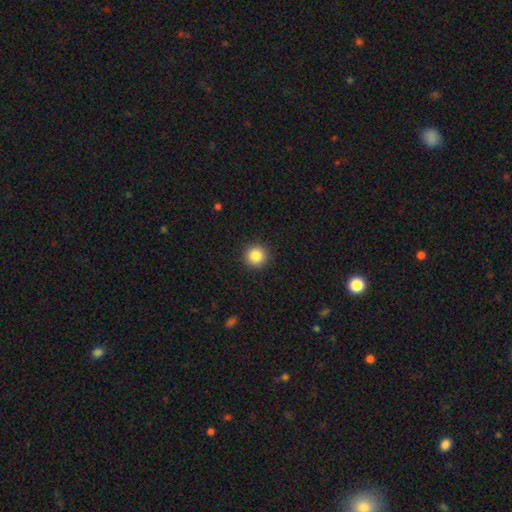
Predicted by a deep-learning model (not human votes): Smooth or featured? Predicted: smooth (p=0.85). How rounded? Predicted: round (p=0.95). Merging? Predicted: none (p=0.92).